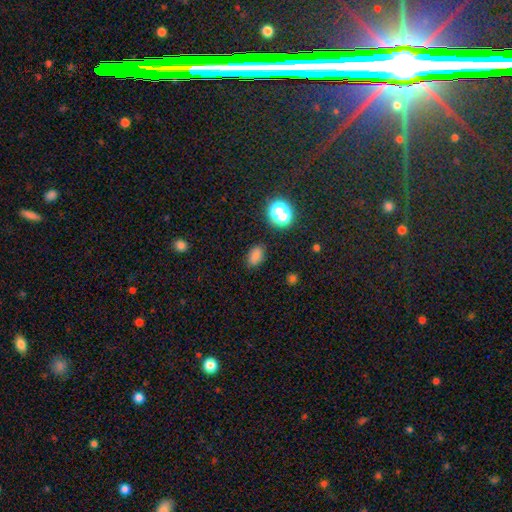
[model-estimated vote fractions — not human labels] Morphology: type=smooth (78%); roundness=in between (82%); merging=none (84%).